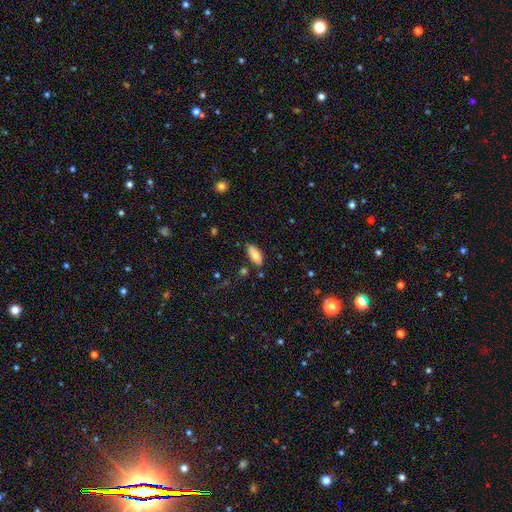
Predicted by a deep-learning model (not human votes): Smooth or featured: smooth — 76% (featured or disk — 17%)
How rounded: in between — 83% (cigar-shaped — 15%)
Merging: none — 82% (minor disturbance — 13%)